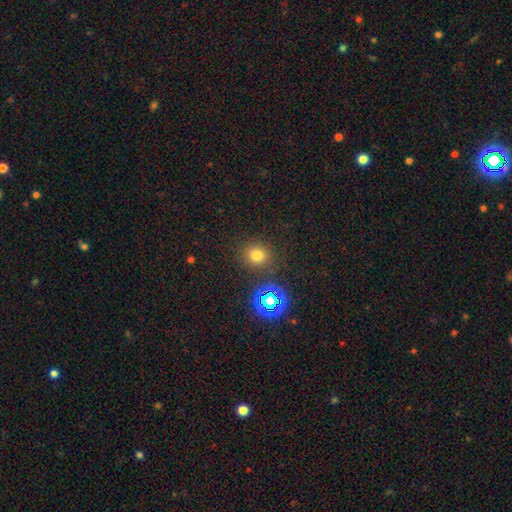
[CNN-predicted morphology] A smooth galaxy with no disk features (70%) that is round (87%). Merging: none (85%).